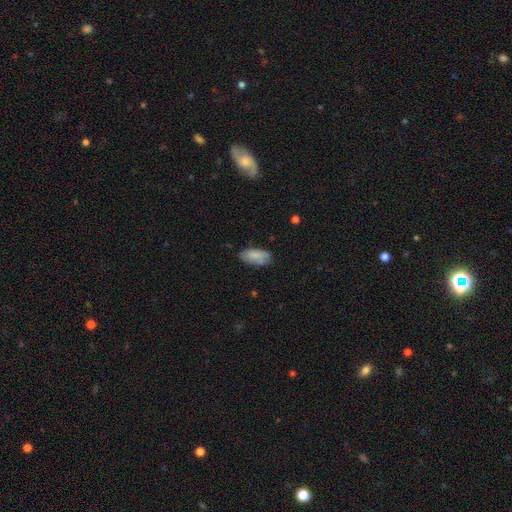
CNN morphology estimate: Smooth or featured? Predicted: smooth (p=0.82). How rounded? Predicted: in between (p=0.90). Merging? Predicted: none (p=0.74).